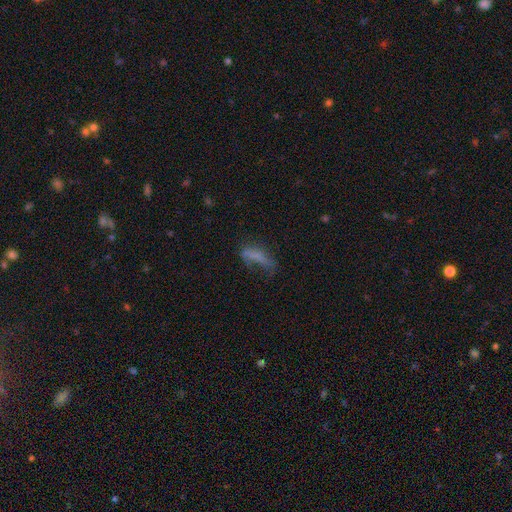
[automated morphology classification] smooth 59%, featured or disk 26%, star or artifact 14%. Down the decision tree: how rounded — in between (52%); merging — major disturbance (37%).